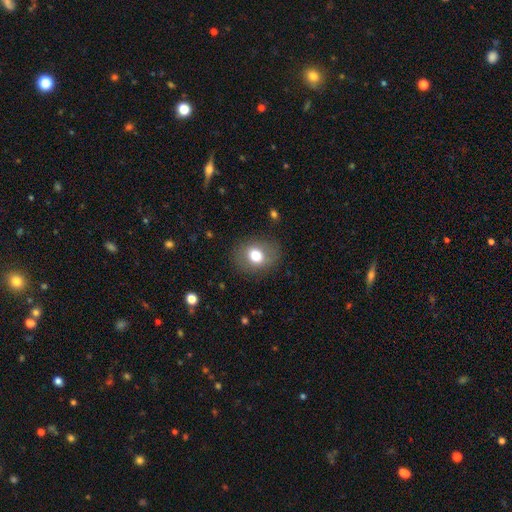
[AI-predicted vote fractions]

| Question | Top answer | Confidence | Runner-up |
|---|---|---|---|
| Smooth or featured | smooth | 73% | featured or disk (17%) |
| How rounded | round | 56% | in between (43%) |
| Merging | none | 83% | minor disturbance (11%) |